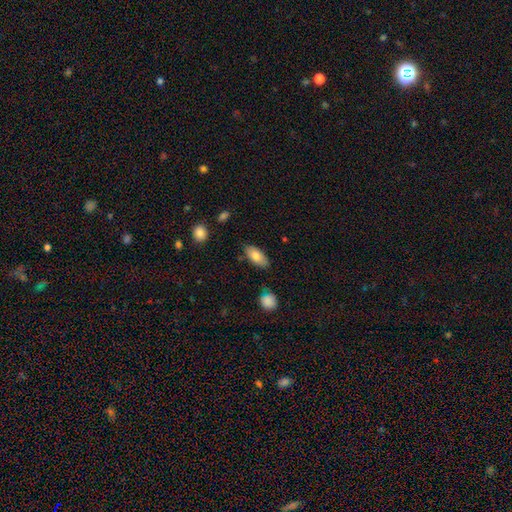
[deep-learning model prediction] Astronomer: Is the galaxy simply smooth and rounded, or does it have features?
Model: smooth — 80%.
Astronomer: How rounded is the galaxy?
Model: in between — 90%.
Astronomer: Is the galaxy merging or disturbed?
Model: none — 77%.